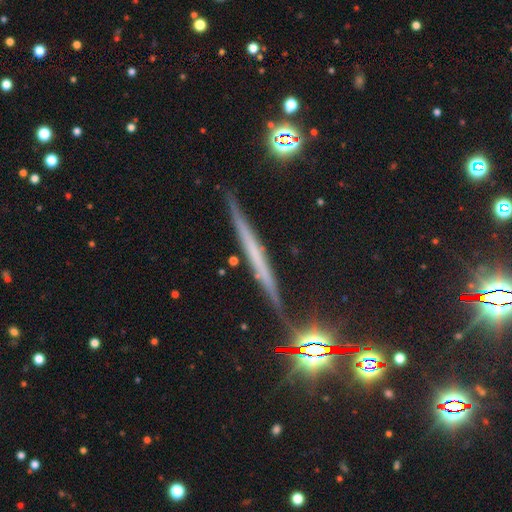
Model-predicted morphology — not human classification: Smooth or featured? featured or disk (52%)
Edge-on disk? yes (96%)
Merging? none (87%)